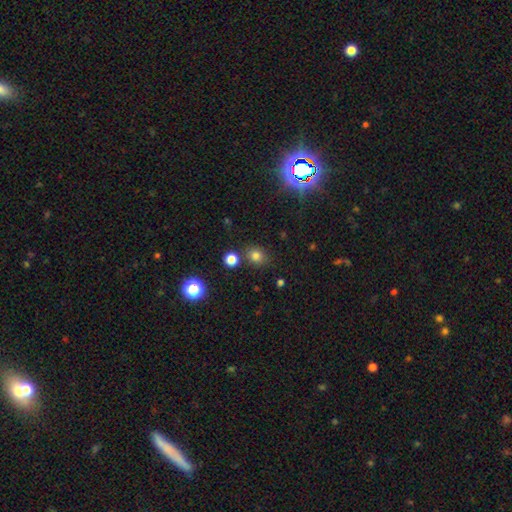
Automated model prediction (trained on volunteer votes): Smooth or featured: smooth — 77% (star or artifact — 17%)
How rounded: round — 71% (in between — 28%)
Merging: none — 79% (minor disturbance — 10%)